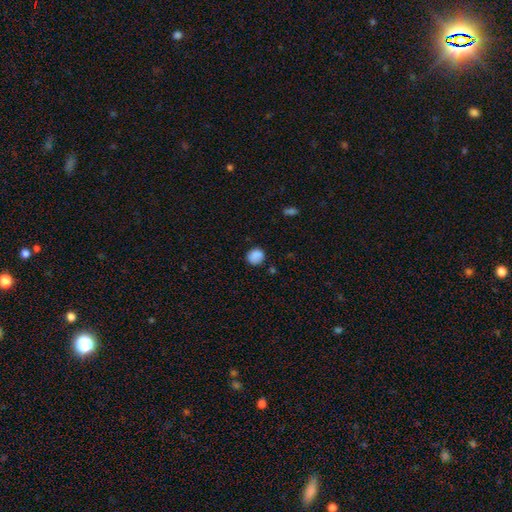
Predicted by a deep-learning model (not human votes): Smooth or featured?
  - smooth: 85% *
  - star or artifact: 9%
  - featured or disk: 5%
How rounded?
  - round: 82% *
  - in between: 17%
  - cigar-shaped: 1%
Merging?
  - none: 77% *
  - minor disturbance: 16%
  - major disturbance: 4%
  - merger: 3%